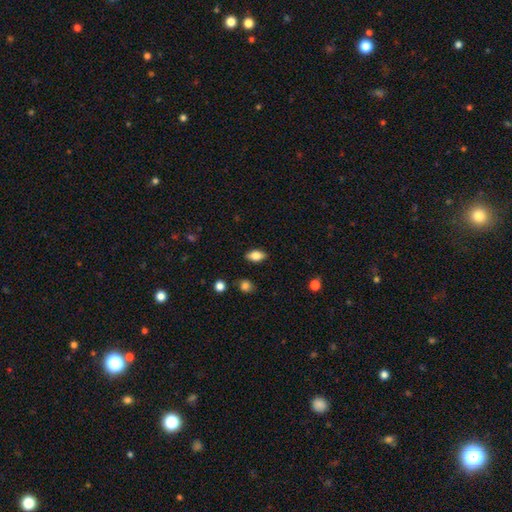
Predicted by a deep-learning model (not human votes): Overall: smooth (77%). How rounded: in between (88%). Merging: none (86%).